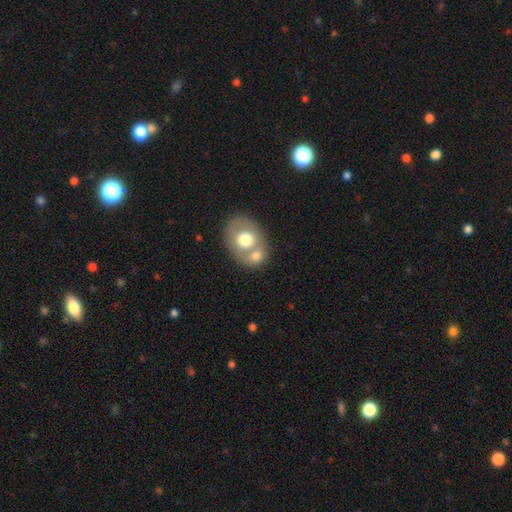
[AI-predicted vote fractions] This appears to be a smooth galaxy with no disk features (65%) that is in between round and cigar-shaped (56%). Merging: merger (43%).